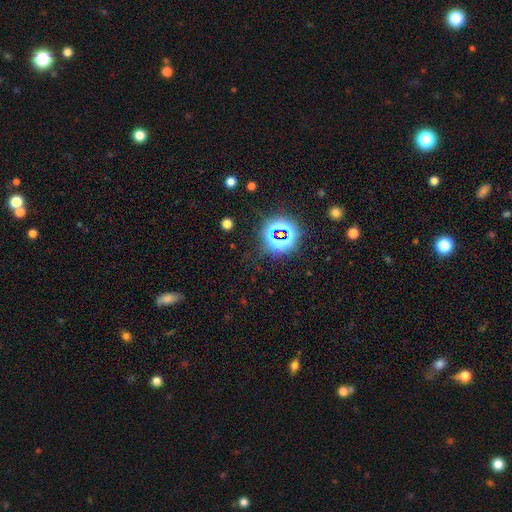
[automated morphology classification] Smooth or featured: star or artifact — 75% (smooth — 16%)